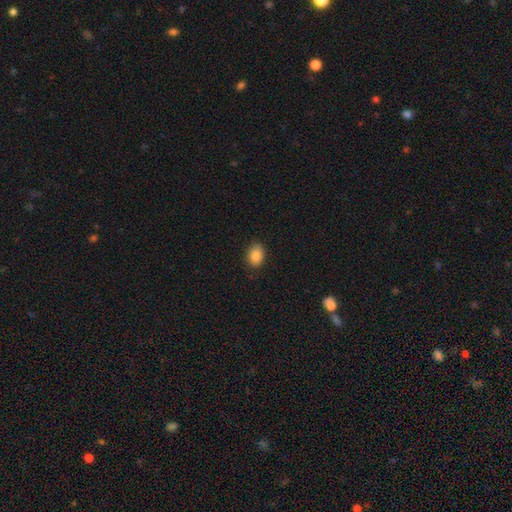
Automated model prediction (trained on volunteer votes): smooth_or_featured: smooth (p=0.86) [alt: star or artifact p=0.08]
how_rounded: in between (p=0.76) [alt: round p=0.23]
merging: none (p=0.80) [alt: minor disturbance p=0.16]